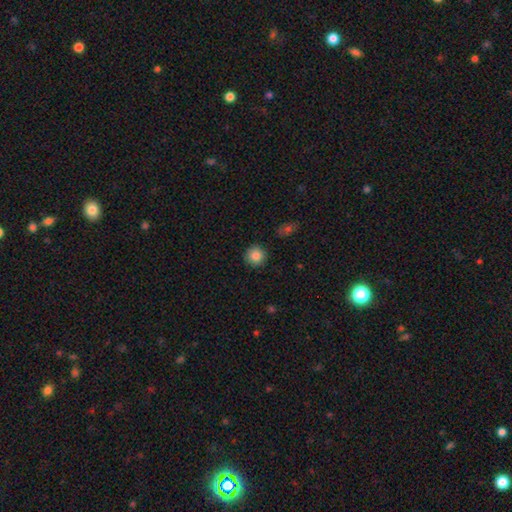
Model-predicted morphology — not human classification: This appears to be a smooth galaxy with no disk features (85%) that is round (93%). Merging: none (90%).